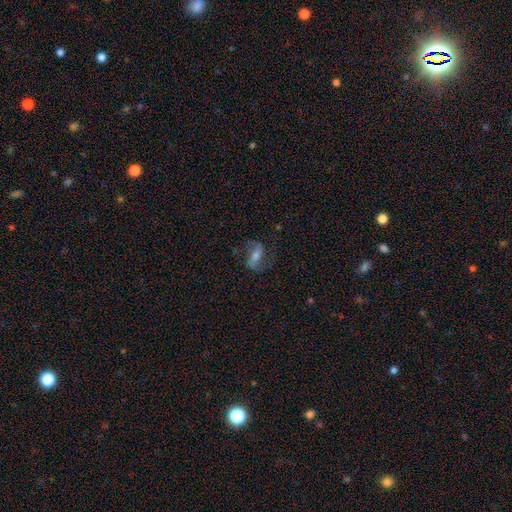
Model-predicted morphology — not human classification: Smooth or featured: featured or disk — 71% (smooth — 20%)
Edge-on disk: no — 94% (yes — 6%)
Bar: strong — 41% (weak — 38%)
Spiral arms: yes — 92% (no — 8%)
Spiral winding: loose — 47% (medium — 41%)
Spiral arm count: 2 — 89% (can't tell — 5%)
Bulge size: moderate — 47% (small — 32%)
Merging: none — 71% (minor disturbance — 15%)